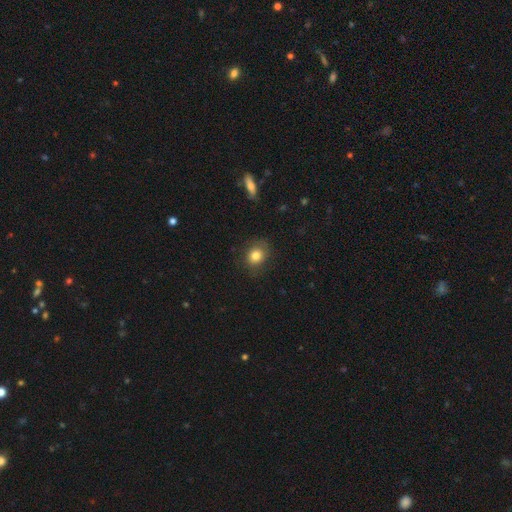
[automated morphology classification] Smooth or featured? Predicted: smooth (p=0.80). How rounded? Predicted: round (p=0.68). Merging? Predicted: none (p=0.80).